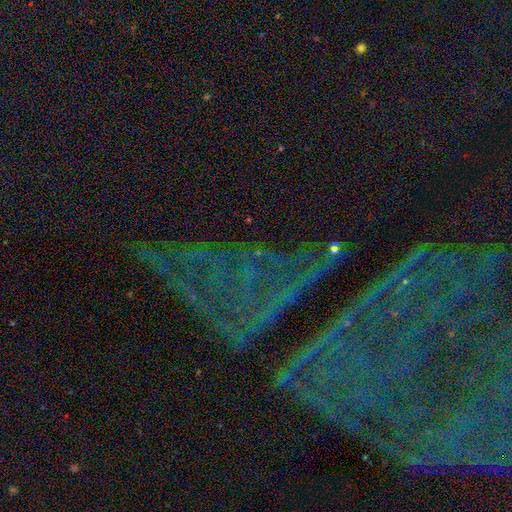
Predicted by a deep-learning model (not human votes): smooth-or-featured: star or artifact: 81% | featured or disk: 10% | smooth: 9%